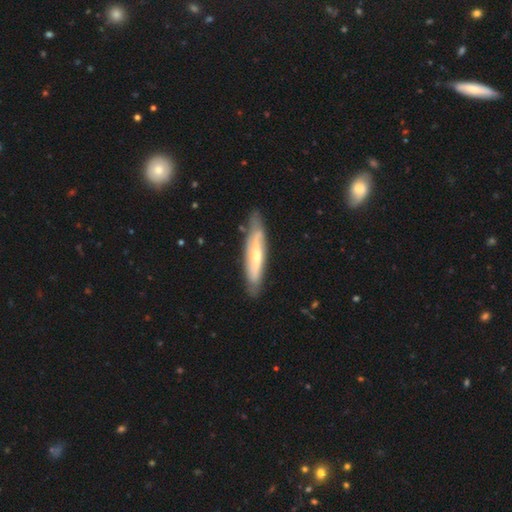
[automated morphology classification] Smooth or featured? featured or disk (60%)
Edge-on disk? yes (65%)
Merging? none (81%)